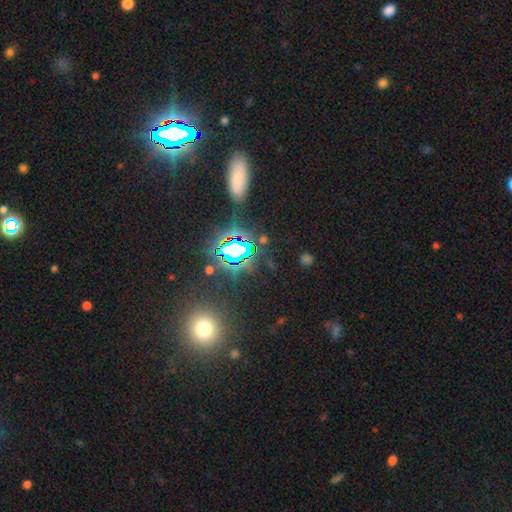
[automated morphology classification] star or artifact 64%, smooth 26%, featured or disk 10%.